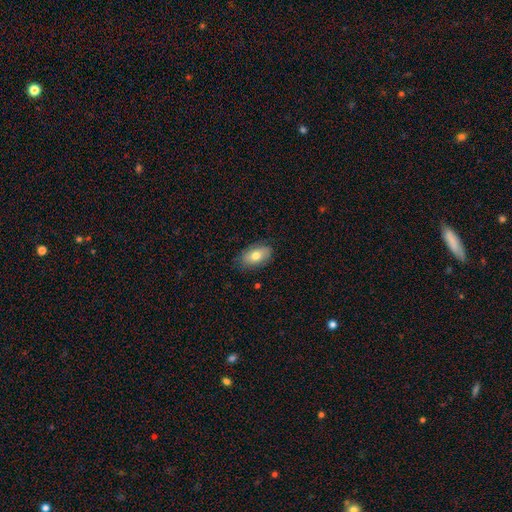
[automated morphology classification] Overall: smooth (73%). How rounded: in between (91%). Merging: none (81%).